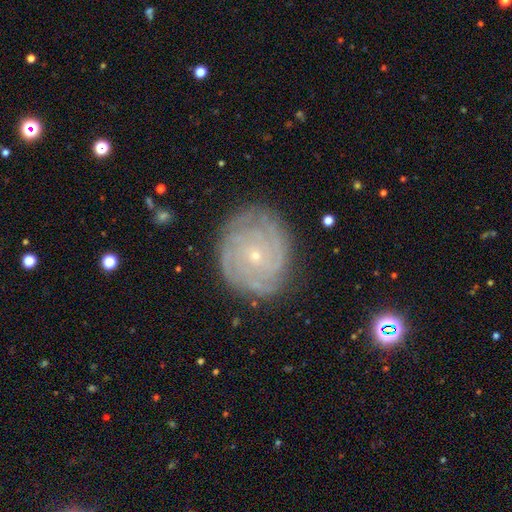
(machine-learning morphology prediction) This is clearly a featured or disk galaxy (82%). It is clearly not viewed edge-on (97%). Bar: clearly no (81%). Spiral arm pattern: clearly yes (95%). Spiral arm count: marginally can't tell (30%). Spiral winding: likely tight (79%). Central bulge: clearly small (87%). Merging: clearly none (81%).